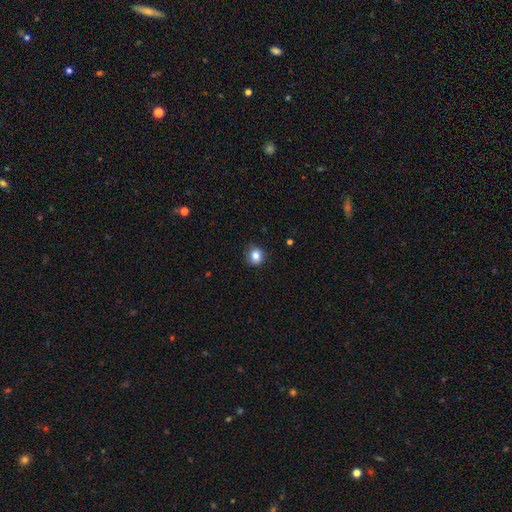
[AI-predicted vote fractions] The model was most divided on "how rounded": round: 85%, in between: 14%, cigar-shaped: 1%. More confident: merging — none (87%); smooth or featured — smooth (84%).